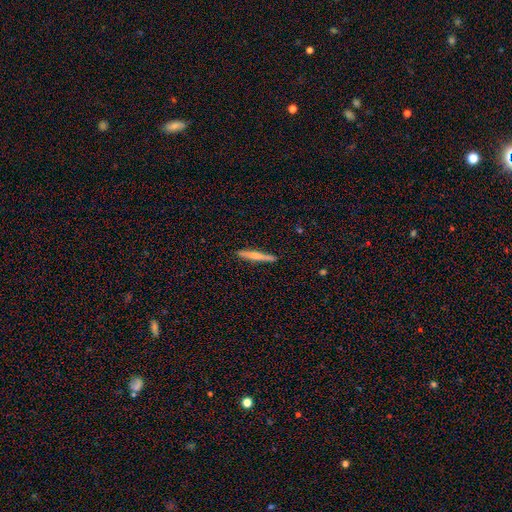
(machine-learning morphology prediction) A smooth galaxy with no disk features (50%) that is cigar-shaped (94%). Merging: none (90%).